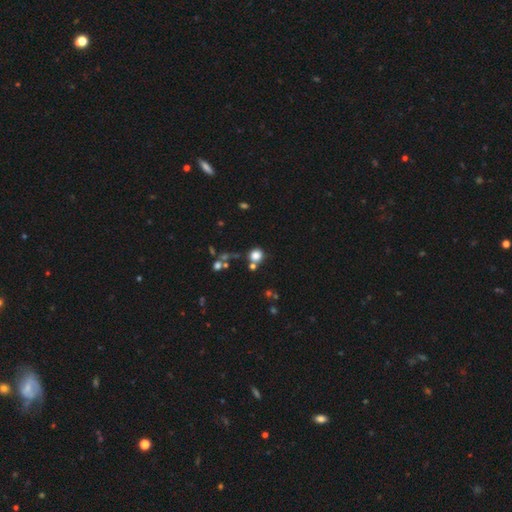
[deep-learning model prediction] Smooth or featured? Predicted: smooth (p=0.79). How rounded? Predicted: round (p=0.89). Merging? Predicted: none (p=0.66).